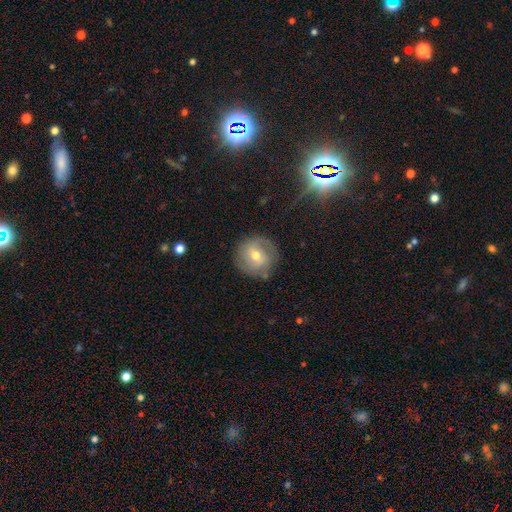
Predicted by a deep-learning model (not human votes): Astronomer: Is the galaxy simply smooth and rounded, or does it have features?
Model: featured or disk — 53% (runner-up: smooth, 39%).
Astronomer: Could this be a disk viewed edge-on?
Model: no — 96%.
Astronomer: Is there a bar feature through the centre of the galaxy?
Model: no — 44%, tied with weak at 44%.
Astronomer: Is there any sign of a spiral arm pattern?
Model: yes — 72%.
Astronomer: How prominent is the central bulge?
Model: moderate — 68%.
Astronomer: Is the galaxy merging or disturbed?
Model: none — 78%.